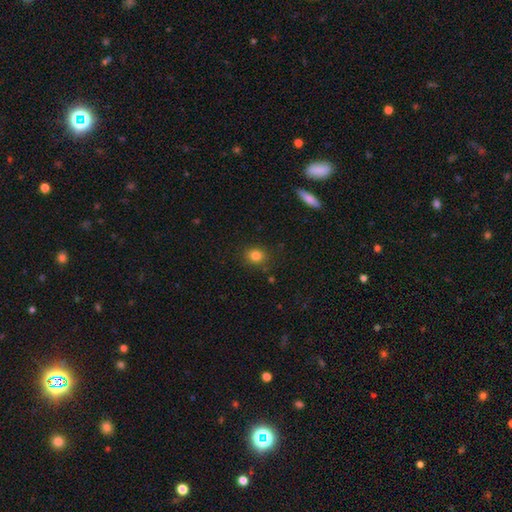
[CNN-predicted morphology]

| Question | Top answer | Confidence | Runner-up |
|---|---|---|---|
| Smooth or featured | smooth | 82% | star or artifact (12%) |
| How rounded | round | 66% | in between (33%) |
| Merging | none | 85% | minor disturbance (10%) |